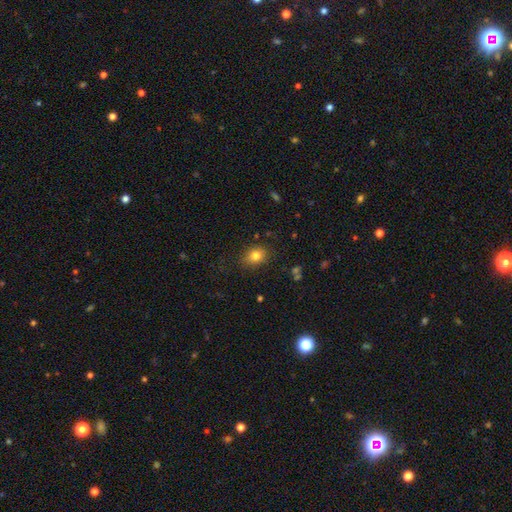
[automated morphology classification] Smooth or featured? Predicted: smooth (p=0.80). How rounded? Predicted: round (p=0.50). Merging? Predicted: none (p=0.83).